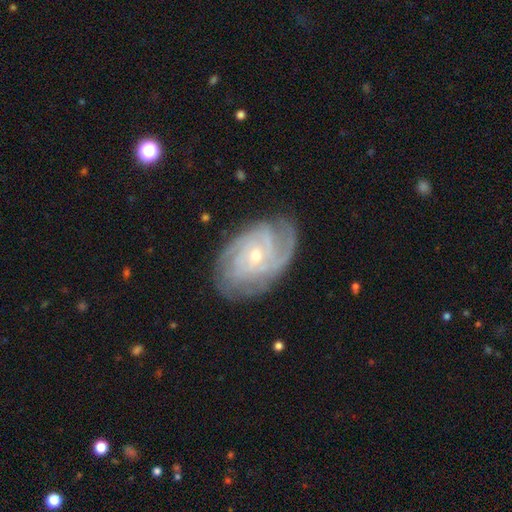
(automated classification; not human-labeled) featured or disk 86%, smooth 8%, star or artifact 6%. Down the decision tree: edge-on disk — no (96%); bar — no (65%); spiral arms — yes (96%); spiral arm count — can't tell (31%); spiral winding — tight (70%); bulge size — small (61%); merging — none (76%).